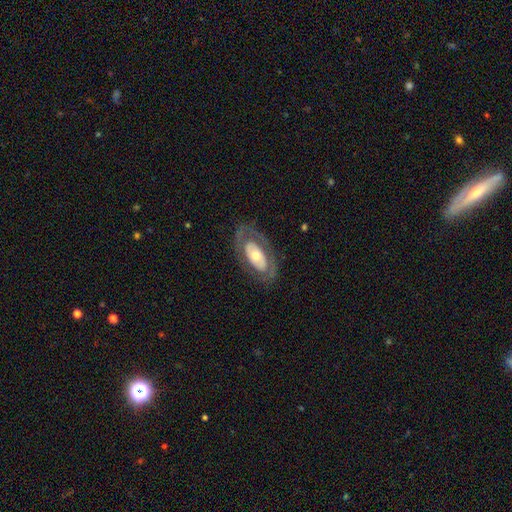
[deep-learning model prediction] A featured or disk galaxy (61%) with no bar (83%), no spiral arms (72%) and a moderate central bulge (62%).

Vote fractions:
- Smooth or featured? featured or disk: 61% / smooth: 34% / star or artifact: 5%
- Edge-on disk? no: 89% / yes: 11%
- Bar? no: 83% / weak: 11% / strong: 6%
- Spiral arms? no: 72% / yes: 28%
- Bulge size? moderate: 62% / small: 24% / large: 12% / dominant: 2% / none: 1%
- Merging? none: 74% / minor disturbance: 14% / major disturbance: 10% / merger: 1%